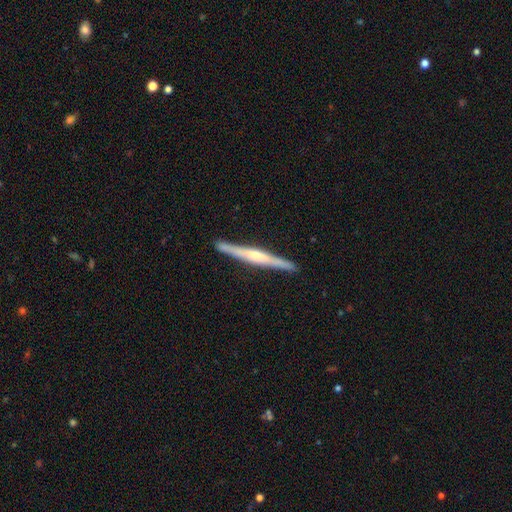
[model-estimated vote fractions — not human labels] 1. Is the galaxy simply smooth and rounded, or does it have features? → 76% featured or disk, 19% smooth, 5% star or artifact.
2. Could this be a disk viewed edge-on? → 98% yes, 2% no.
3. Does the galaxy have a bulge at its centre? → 72% rounded, 14% boxy, 13% none.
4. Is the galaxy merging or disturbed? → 90% none, 7% minor disturbance, 1% major disturbance, 1% merger.